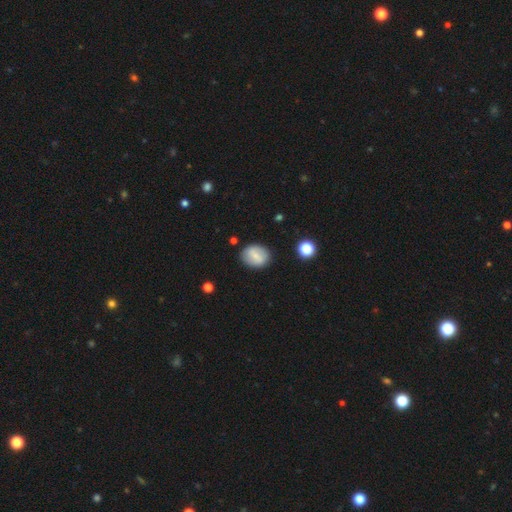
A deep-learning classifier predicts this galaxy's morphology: Smooth or featured?
  - smooth: 68% *
  - featured or disk: 24%
  - star or artifact: 8%
How rounded?
  - in between: 54% *
  - round: 45%
  - cigar-shaped: 1%
Merging?
  - none: 84% *
  - minor disturbance: 11%
  - major disturbance: 3%
  - merger: 2%